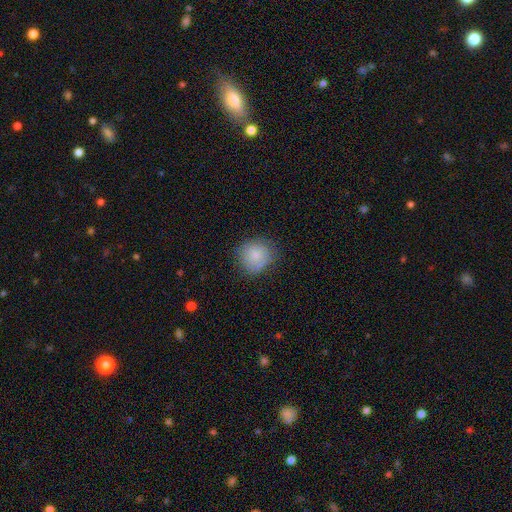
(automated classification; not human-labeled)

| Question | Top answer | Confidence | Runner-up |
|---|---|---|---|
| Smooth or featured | smooth | 80% | featured or disk (12%) |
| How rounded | round | 85% | in between (14%) |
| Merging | none | 71% | minor disturbance (22%) |